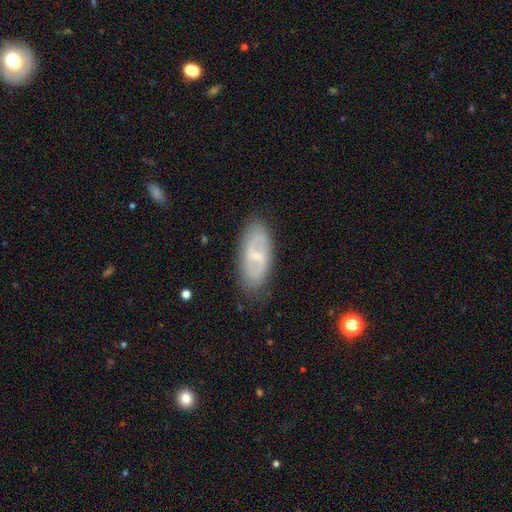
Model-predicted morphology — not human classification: This appears to be a featured or disk galaxy (59%) with a weak bar (53%), spiral arms (71%) and a small central bulge (52%). Merging: none (83%).